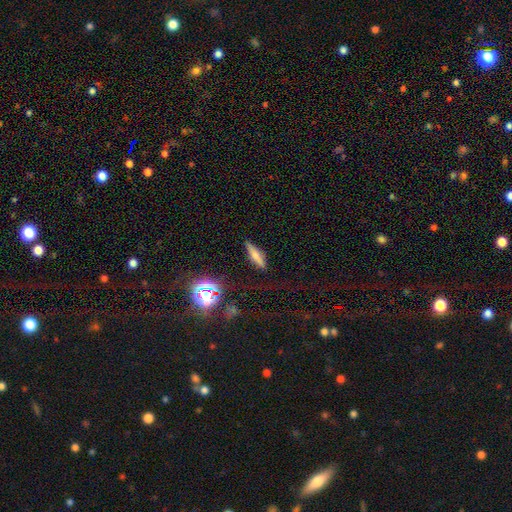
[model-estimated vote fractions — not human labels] Smooth or featured: smooth — 58% (featured or disk — 29%)
How rounded: cigar-shaped — 72% (in between — 24%)
Merging: none — 81% (minor disturbance — 14%)